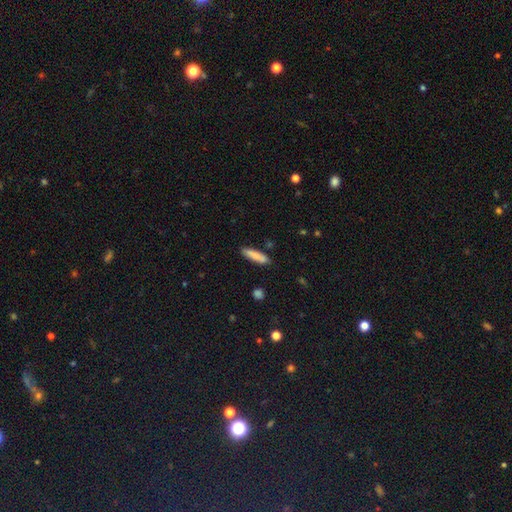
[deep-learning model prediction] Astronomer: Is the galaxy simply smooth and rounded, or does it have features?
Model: smooth — 82%.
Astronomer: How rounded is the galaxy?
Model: cigar-shaped — 77%.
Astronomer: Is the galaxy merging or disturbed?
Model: none — 83%.